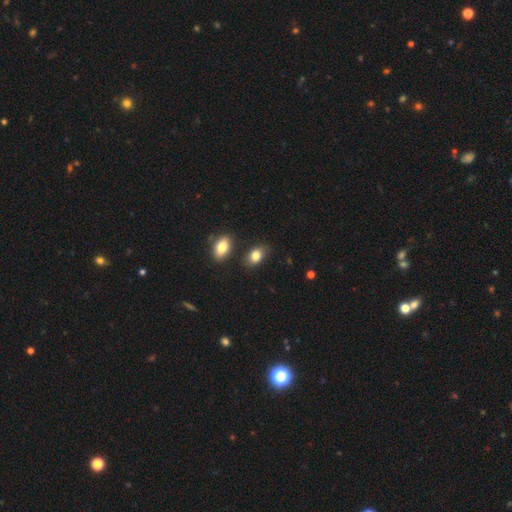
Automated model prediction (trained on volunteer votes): smooth-or-featured: smooth: 83% | featured or disk: 9% | star or artifact: 8%
  how-rounded: in between: 84% | round: 14% | cigar-shaped: 2%
  merging: none: 76% | minor disturbance: 14% | merger: 6% | major disturbance: 3%